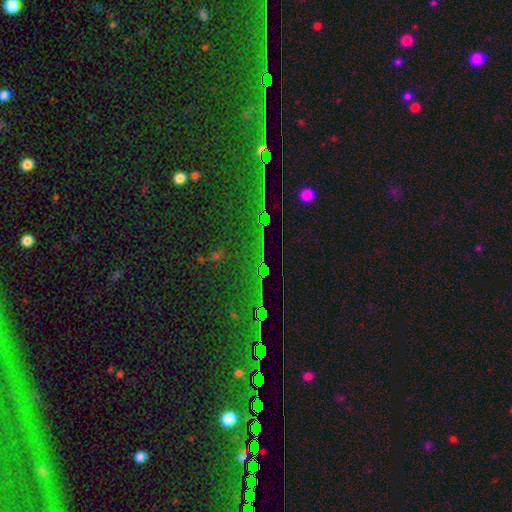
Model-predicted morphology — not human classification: A star or artifact, not a galaxy (80%).

Vote fractions:
- Smooth or featured? star or artifact: 80% / smooth: 12% / featured or disk: 8%